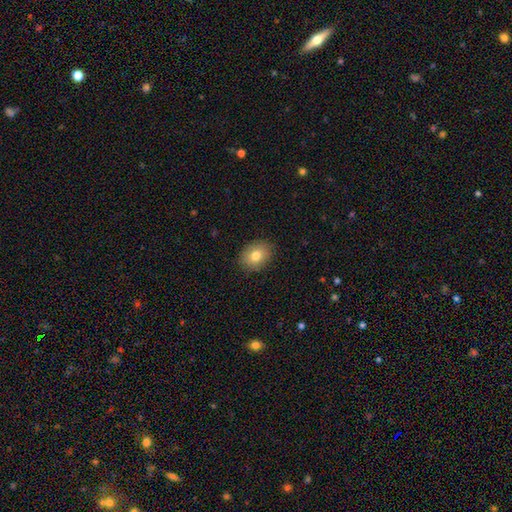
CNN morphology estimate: This is likely a smooth galaxy (79%). How rounded: possibly in between (57%). Merging: clearly none (88%).